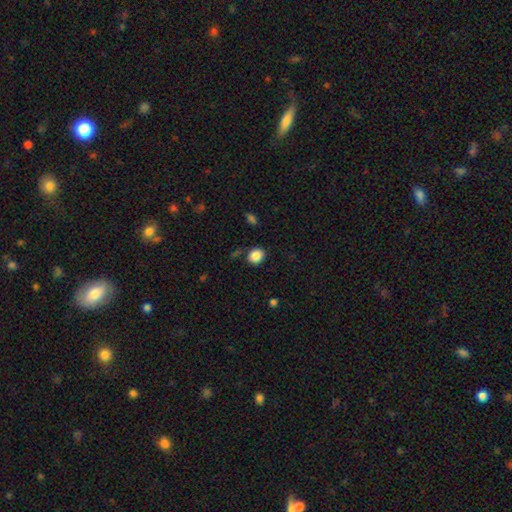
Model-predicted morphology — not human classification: type=smooth (86%); roundness=round (68%); merging=none (83%).